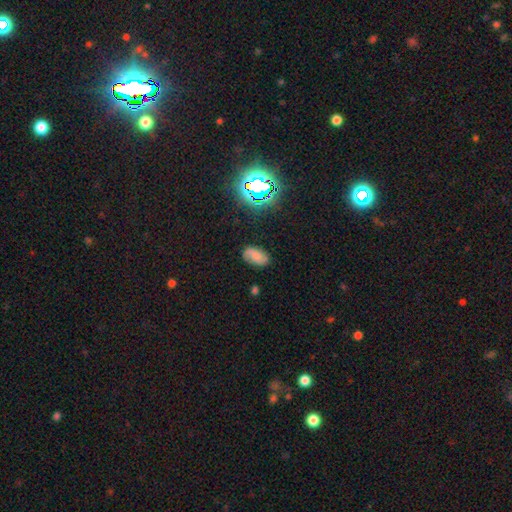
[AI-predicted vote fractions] This appears to be a smooth galaxy with no disk features (49%). Merging: none (73%).